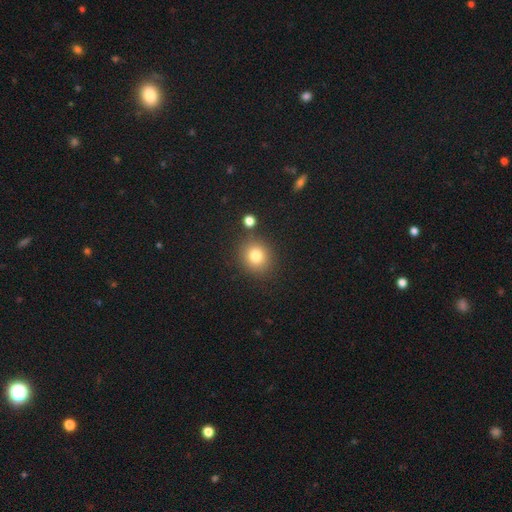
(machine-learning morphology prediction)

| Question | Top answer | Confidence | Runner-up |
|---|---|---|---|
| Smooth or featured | smooth | 80% | star or artifact (12%) |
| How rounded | round | 82% | in between (17%) |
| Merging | none | 83% | minor disturbance (9%) |